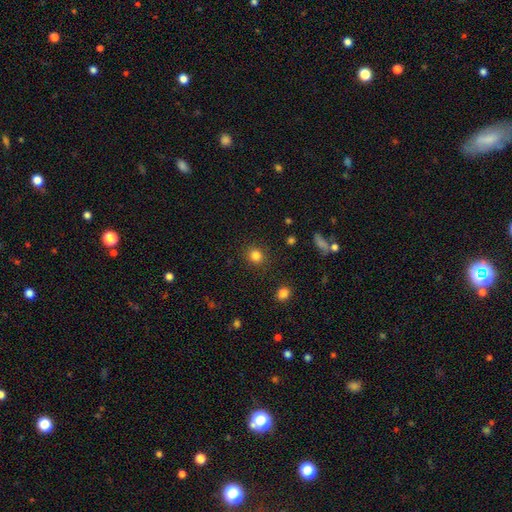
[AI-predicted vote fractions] Q: Smooth or featured?
A: smooth (83%); runner-up: star or artifact (12%)
Q: How rounded?
A: round (82%); runner-up: in between (17%)
Q: Merging?
A: none (88%); runner-up: minor disturbance (7%)